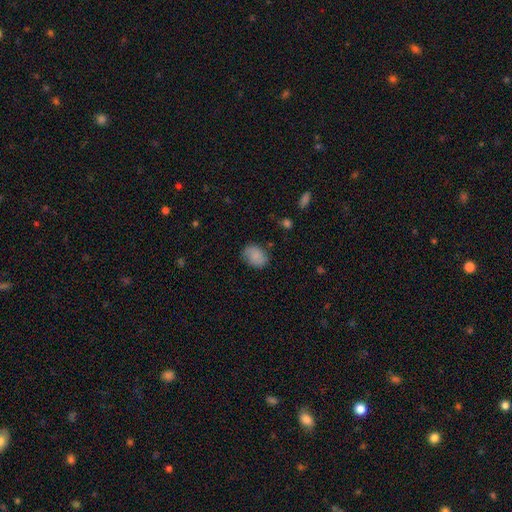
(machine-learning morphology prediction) smooth_or_featured: smooth (p=0.83) [alt: featured or disk p=0.09]
how_rounded: in between (p=0.71) [alt: round p=0.28]
merging: none (p=0.77) [alt: minor disturbance p=0.17]